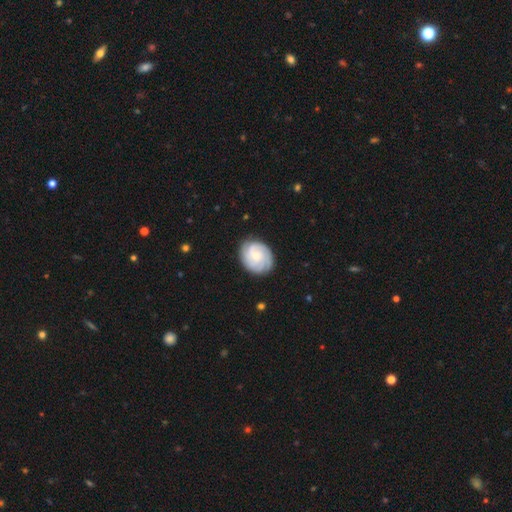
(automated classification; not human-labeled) smooth-or-featured: featured or disk: 69% | smooth: 25% | star or artifact: 6%
  disk-edge-on: no: 98% | yes: 2%
    bar: no: 70% | weak: 27% | strong: 4%
    has-spiral-arms: yes: 94% | no: 6%
      spiral-winding: tight: 67% | medium: 26% | loose: 7%
      spiral-arm-count: 3: 30% (tied) | can't tell: 30% (tied) | 2: 20% | 4: 10% | 1: 5% | more than 4: 5%
    bulge-size: small: 57% | moderate: 35% | none: 4% | large: 3% | dominant: 1%
  merging: none: 80% | minor disturbance: 15% | major disturbance: 4% | merger: 1%